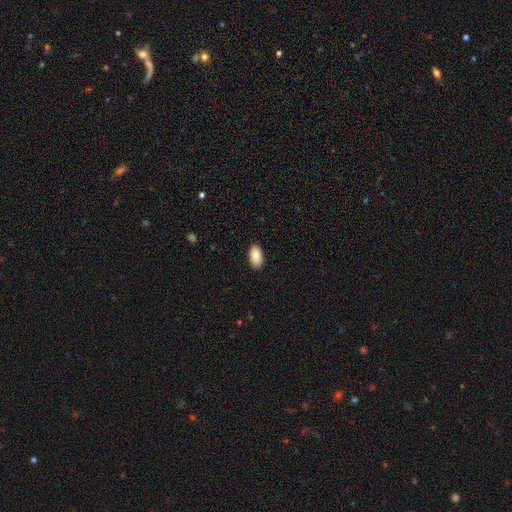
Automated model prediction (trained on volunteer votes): smooth-or-featured: smooth: 87% | featured or disk: 7% | star or artifact: 6%
  how-rounded: in between: 95% | round: 3% | cigar-shaped: 2%
  merging: none: 90% | minor disturbance: 7% | major disturbance: 2% | merger: 1%